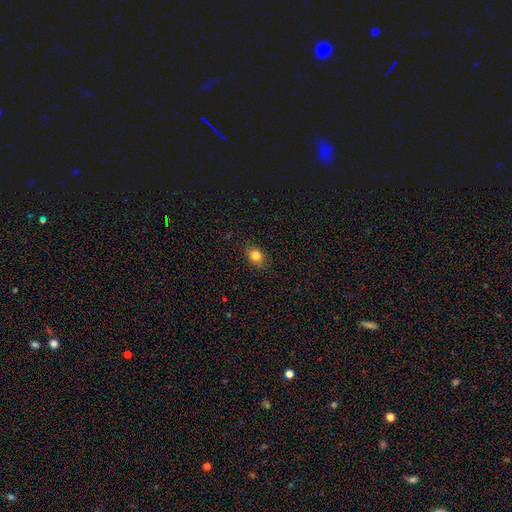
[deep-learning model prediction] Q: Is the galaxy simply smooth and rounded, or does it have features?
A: smooth — 82%.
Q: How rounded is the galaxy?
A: round — 52%.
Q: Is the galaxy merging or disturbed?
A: none — 86%.